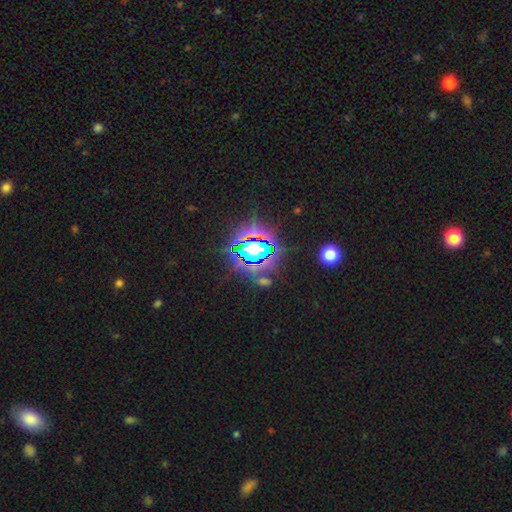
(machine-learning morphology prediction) type=star or artifact (80%).